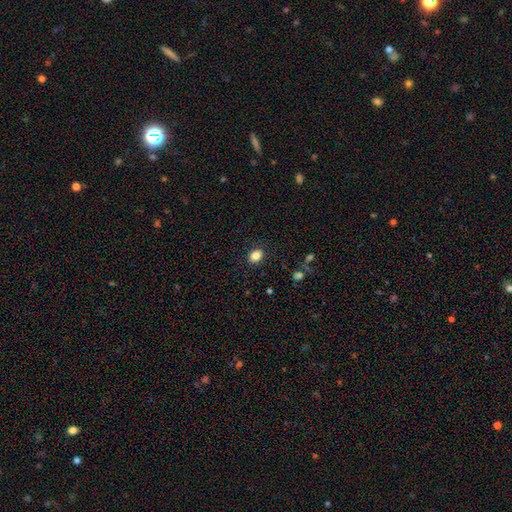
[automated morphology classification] smooth-or-featured: smooth: 84% | star or artifact: 10% | featured or disk: 5%
  how-rounded: in between: 57% | round: 42% | cigar-shaped: 1%
  merging: none: 88% | minor disturbance: 8% | major disturbance: 2% | merger: 1%